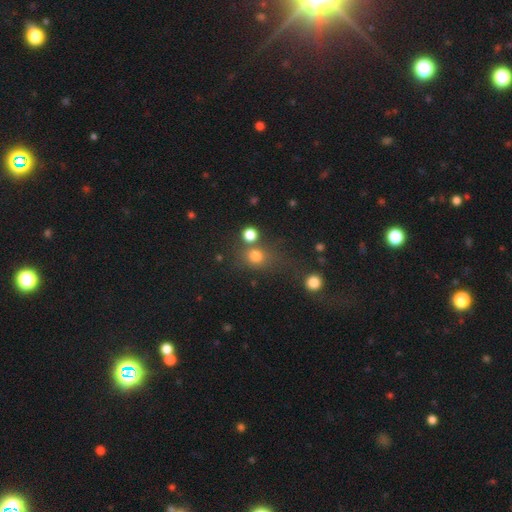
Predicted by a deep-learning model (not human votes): Smooth or featured: smooth — 75% (star or artifact — 17%)
How rounded: round — 76% (in between — 23%)
Merging: none — 60% (merger — 19%)